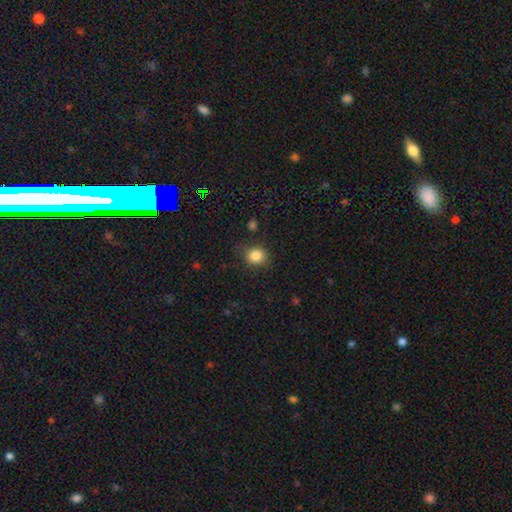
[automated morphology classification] smooth_or_featured: smooth (p=0.84) [alt: star or artifact p=0.11]
how_rounded: round (p=0.78) [alt: in between p=0.22]
merging: none (p=0.81) [alt: minor disturbance p=0.13]